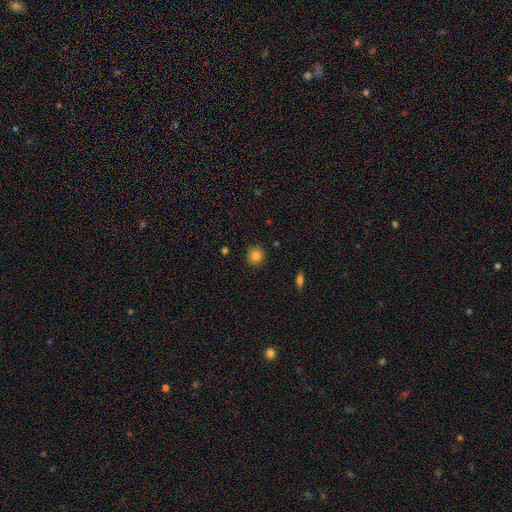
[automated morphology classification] A smooth galaxy with no disk features (82%) that is round (91%). Merging: none (91%).